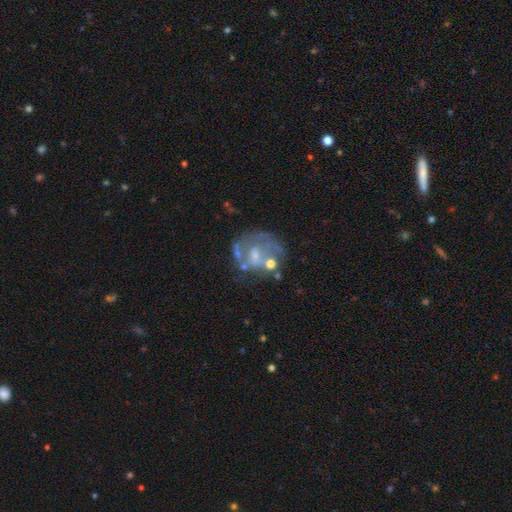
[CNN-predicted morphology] This is likely a featured or disk galaxy (67%). It is clearly not viewed edge-on (98%). Bar: likely no (70%). Spiral arm pattern: likely no (64%). Central bulge: marginally small (41%). Merging: possibly none (45%).